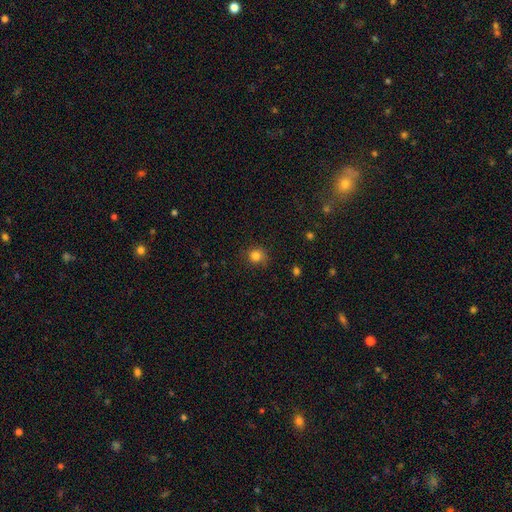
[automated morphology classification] A smooth galaxy with no disk features (82%) that is round (88%).

Vote fractions:
- Smooth or featured? smooth: 82% / star or artifact: 13% / featured or disk: 5%
- How rounded? round: 88% / in between: 11% / cigar-shaped: 1%
- Merging? none: 83% / minor disturbance: 13% / major disturbance: 3% / merger: 1%